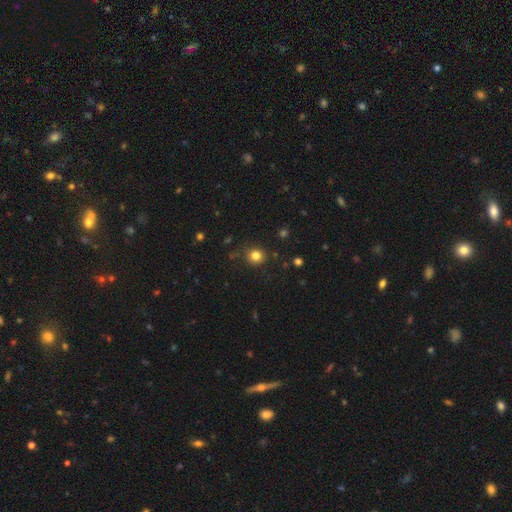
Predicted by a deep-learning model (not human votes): smooth_or_featured: smooth (p=0.81) [alt: star or artifact p=0.14]
how_rounded: round (p=0.87) [alt: in between p=0.12]
merging: none (p=0.87) [alt: minor disturbance p=0.09]